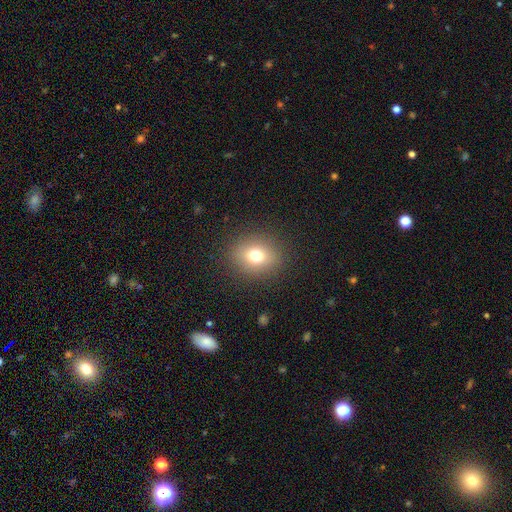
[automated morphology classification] Smooth or featured? smooth (74%)
How rounded? round (67%)
Merging? none (88%)